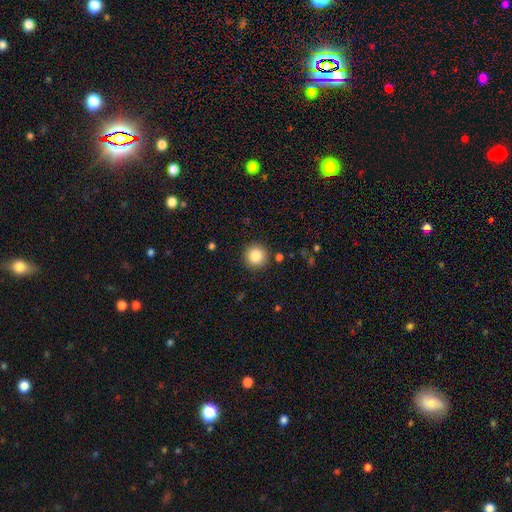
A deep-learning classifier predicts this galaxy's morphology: Smooth or featured: smooth — 85% (star or artifact — 9%)
How rounded: round — 95% (in between — 4%)
Merging: none — 90% (minor disturbance — 6%)